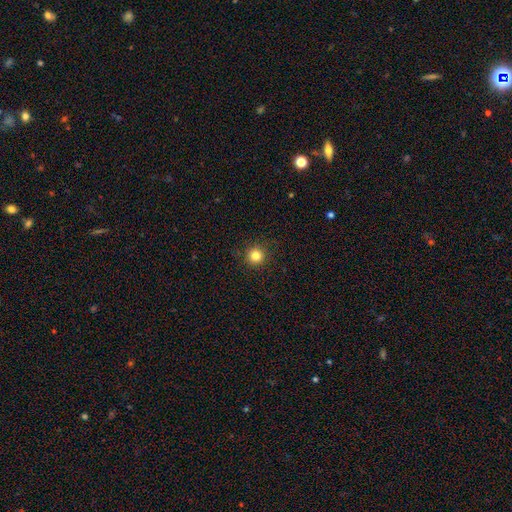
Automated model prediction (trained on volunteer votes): Q: Smooth or featured?
A: smooth (83%); runner-up: star or artifact (12%)
Q: How rounded?
A: round (95%); runner-up: in between (4%)
Q: Merging?
A: none (91%); runner-up: minor disturbance (6%)